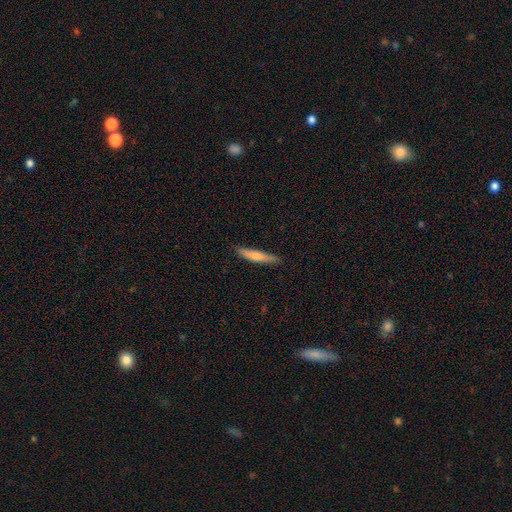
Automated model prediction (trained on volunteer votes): Smooth or featured: smooth — 69% (featured or disk — 26%)
How rounded: cigar-shaped — 90% (in between — 8%)
Merging: none — 85% (minor disturbance — 12%)